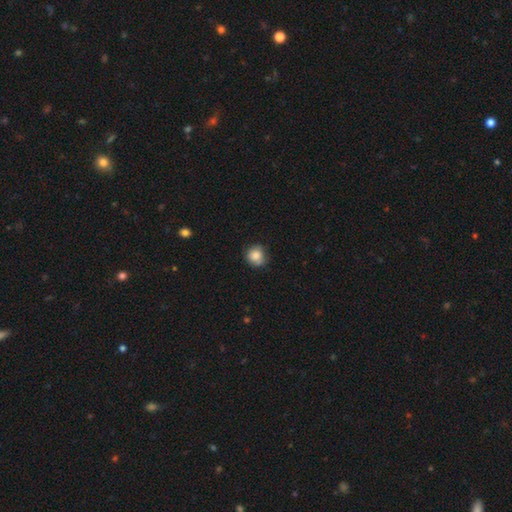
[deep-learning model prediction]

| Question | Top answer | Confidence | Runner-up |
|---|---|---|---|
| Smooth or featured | smooth | 84% | star or artifact (9%) |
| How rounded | round | 84% | in between (15%) |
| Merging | none | 71% | minor disturbance (22%) |